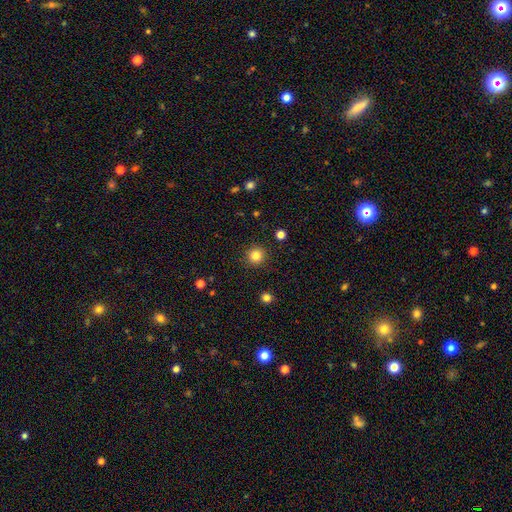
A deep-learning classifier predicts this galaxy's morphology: This appears to be a smooth galaxy with no disk features (83%) that is round (95%). Merging: none (92%).